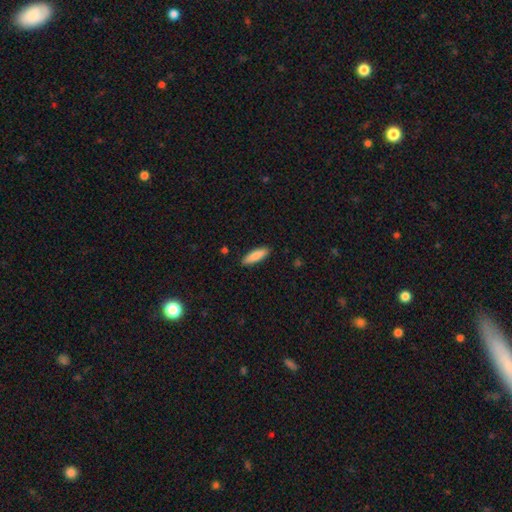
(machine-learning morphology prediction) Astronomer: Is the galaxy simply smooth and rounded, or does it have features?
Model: smooth — 84%.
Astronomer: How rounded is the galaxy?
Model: cigar-shaped — 60% (runner-up: in between, 38%).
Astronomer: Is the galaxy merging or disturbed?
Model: none — 89%.